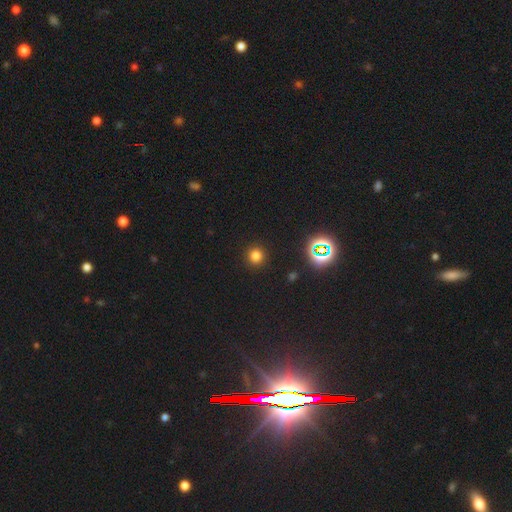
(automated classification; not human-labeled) A smooth galaxy with no disk features (76%) that is round (93%). Merging: none (91%).